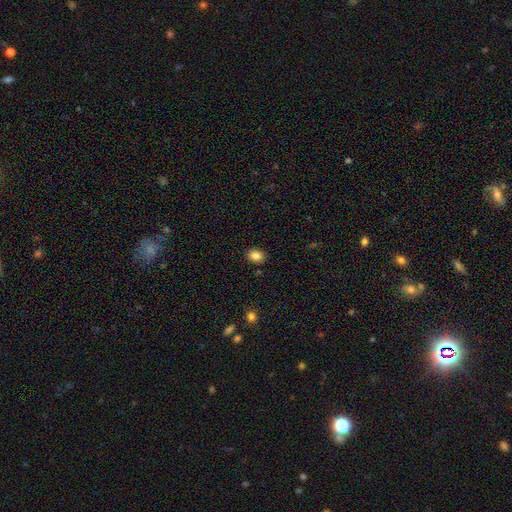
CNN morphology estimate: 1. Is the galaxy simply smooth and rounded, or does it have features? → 86% smooth, 9% star or artifact, 5% featured or disk.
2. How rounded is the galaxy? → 66% in between, 33% round, 1% cigar-shaped.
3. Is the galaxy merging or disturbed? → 87% none, 9% minor disturbance, 2% major disturbance, 2% merger.